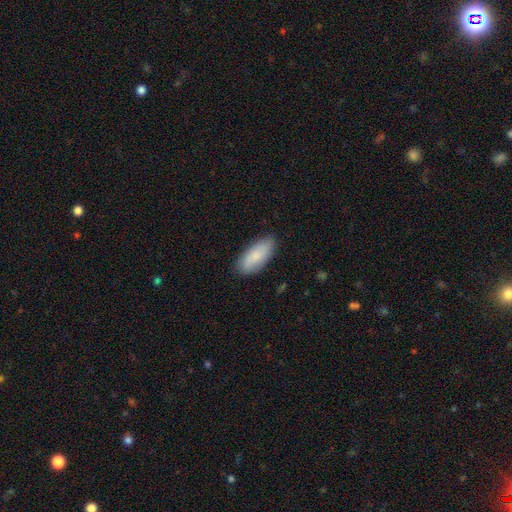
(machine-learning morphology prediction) This is likely a smooth galaxy (79%). How rounded: clearly in between (85%). Merging: clearly none (85%).